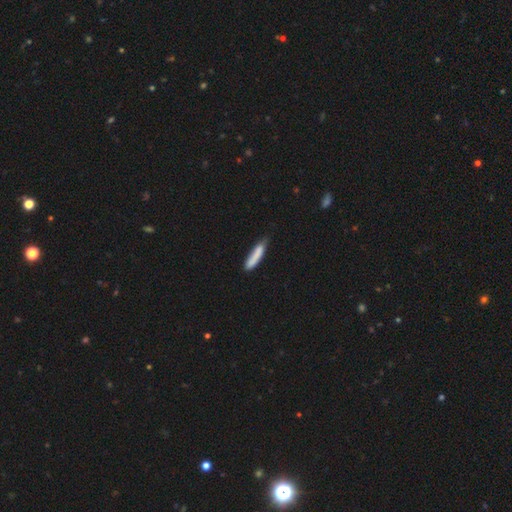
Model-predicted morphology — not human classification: Smooth or featured? smooth (82%)
How rounded? cigar-shaped (86%)
Merging? none (64%)